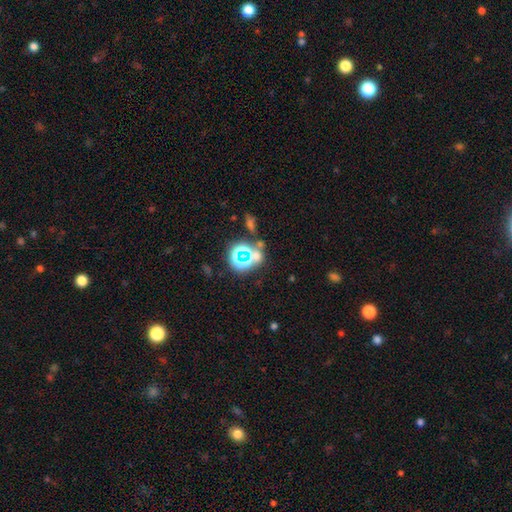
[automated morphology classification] This is possibly a star or artifact rather than a galaxy (53%).